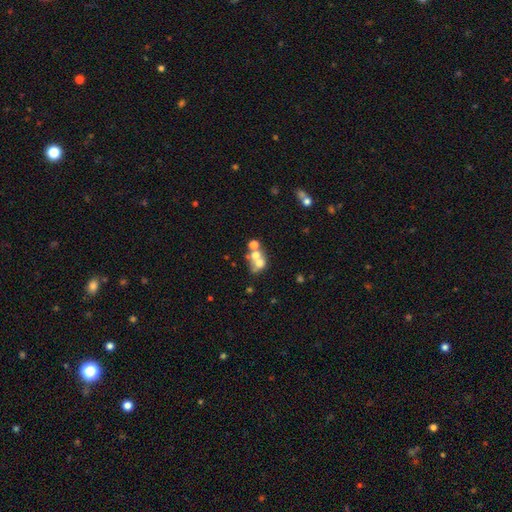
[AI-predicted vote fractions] smooth-or-featured: smooth: 52% | featured or disk: 32% | star or artifact: 16%
  how-rounded: round: 62% | in between: 37% | cigar-shaped: 1%
  merging: merger: 55% | none: 30% | minor disturbance: 8% | major disturbance: 6%